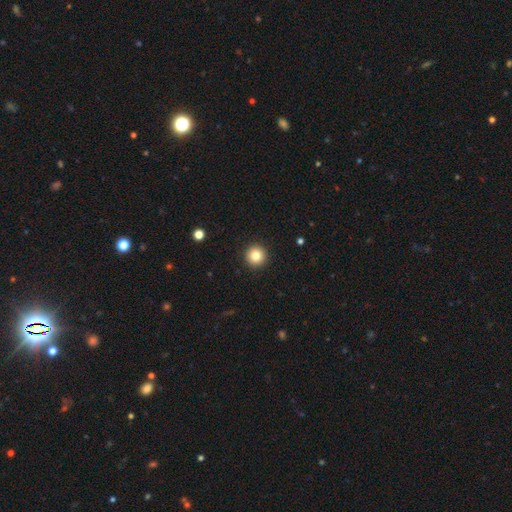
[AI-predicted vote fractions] This appears to be a smooth galaxy with no disk features (83%) that is round (96%). Merging: none (93%).